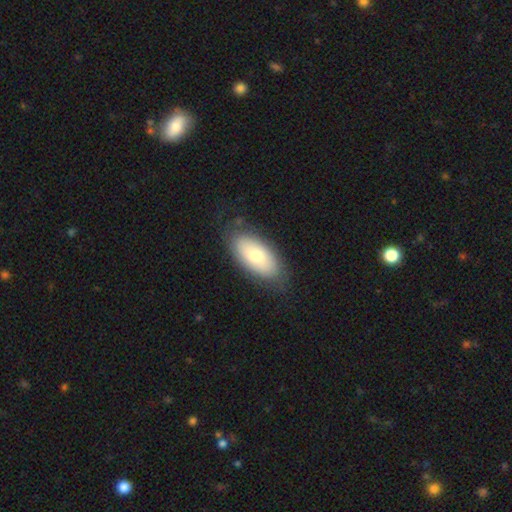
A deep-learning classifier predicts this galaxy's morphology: smooth 69%, featured or disk 25%, star or artifact 6%. Down the decision tree: how rounded — in between (92%); merging — none (79%).